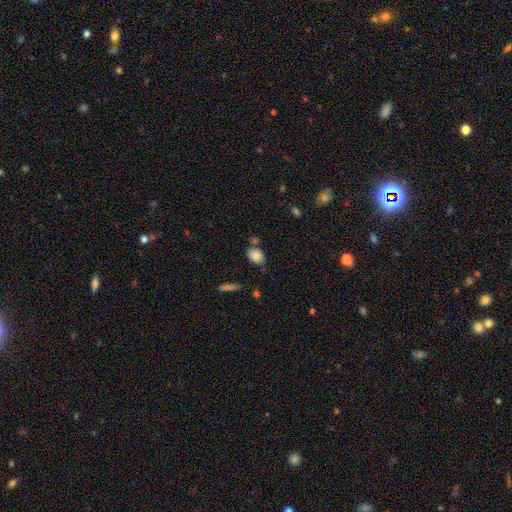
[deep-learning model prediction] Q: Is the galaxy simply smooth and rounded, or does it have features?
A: smooth — 85%.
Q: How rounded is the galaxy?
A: in between — 76%.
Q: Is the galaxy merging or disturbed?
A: none — 66%.